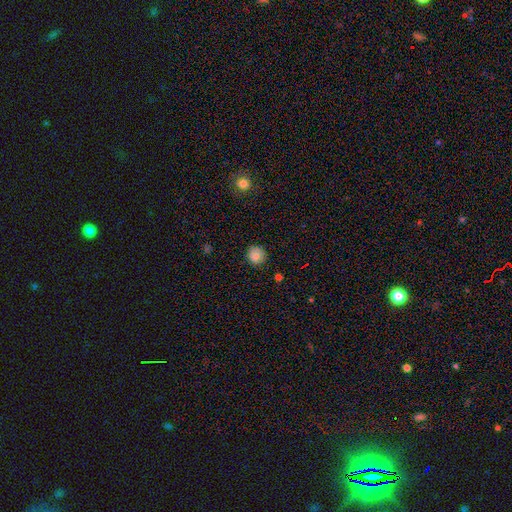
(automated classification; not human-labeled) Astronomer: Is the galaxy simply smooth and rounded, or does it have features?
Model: smooth — 84%.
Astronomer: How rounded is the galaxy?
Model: round — 91%.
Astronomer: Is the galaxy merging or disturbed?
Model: none — 84%.